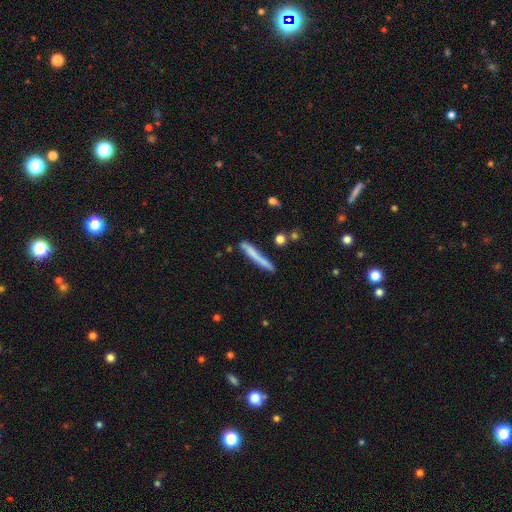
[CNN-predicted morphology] smooth-or-featured: smooth: 63% | featured or disk: 30% | star or artifact: 7%
  how-rounded: cigar-shaped: 95% | in between: 3% | round: 1%
  merging: none: 74% | minor disturbance: 17% | merger: 5% | major disturbance: 4%